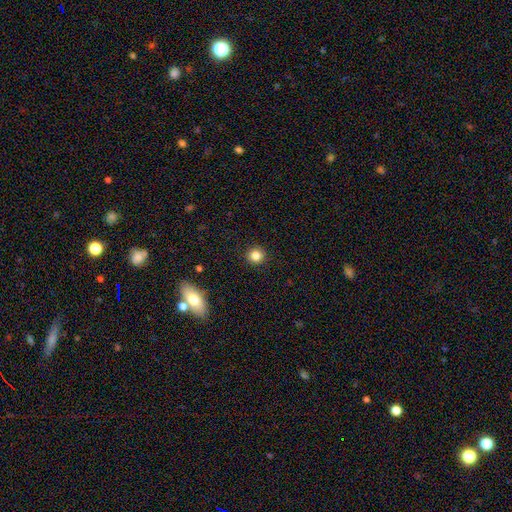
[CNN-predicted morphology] Smooth or featured? Predicted: smooth (p=0.83). How rounded? Predicted: round (p=0.93). Merging? Predicted: none (p=0.92).